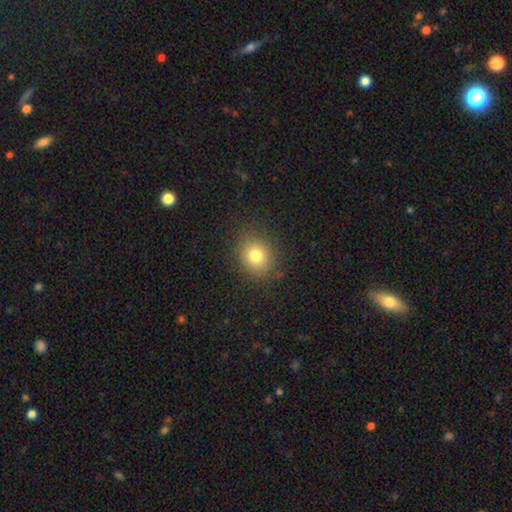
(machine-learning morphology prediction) smooth-or-featured: smooth: 77% | star or artifact: 13% | featured or disk: 10%
  how-rounded: round: 67% | in between: 32% | cigar-shaped: 1%
  merging: none: 84% | minor disturbance: 11% | major disturbance: 4% | merger: 1%